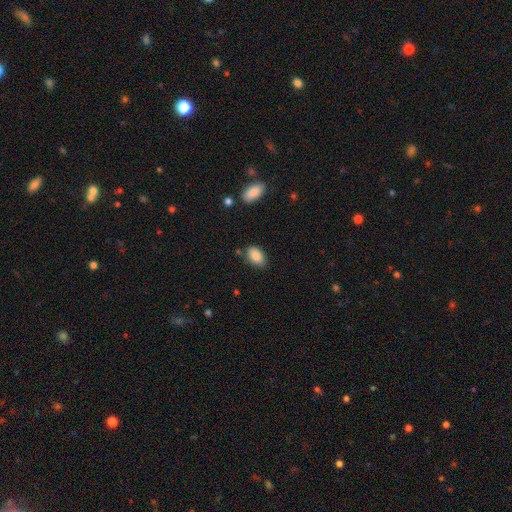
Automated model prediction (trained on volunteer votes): A smooth galaxy with no disk features (86%) that is in between round and cigar-shaped (91%). Merging: none (79%).